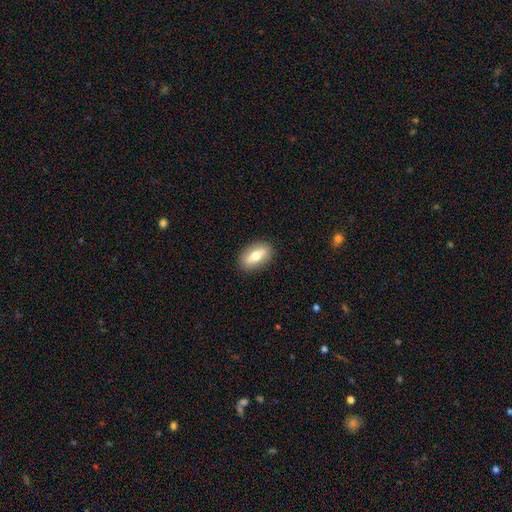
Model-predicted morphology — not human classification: This is likely a smooth galaxy (66%). How rounded: clearly in between (86%). Merging: clearly none (87%).